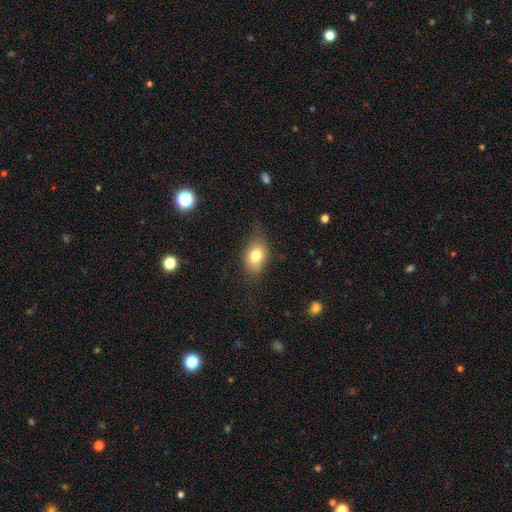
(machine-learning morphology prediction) Smooth or featured: smooth — 77% (featured or disk — 13%)
How rounded: in between — 77% (round — 21%)
Merging: none — 68% (minor disturbance — 23%)